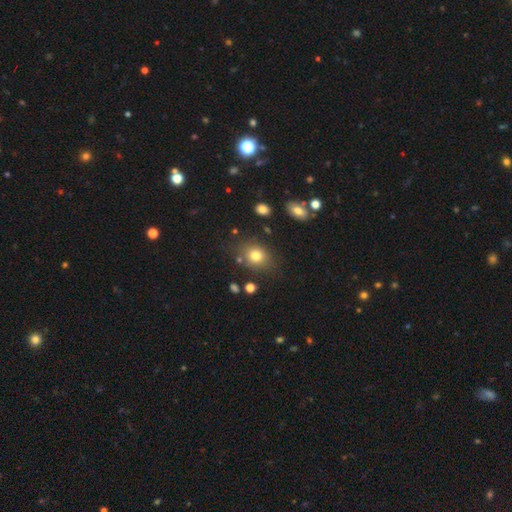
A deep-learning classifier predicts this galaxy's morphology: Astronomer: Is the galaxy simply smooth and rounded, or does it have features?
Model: smooth — 77%.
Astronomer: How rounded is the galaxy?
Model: round — 56% (runner-up: in between, 43%).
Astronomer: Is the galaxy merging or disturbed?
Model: none — 77%.